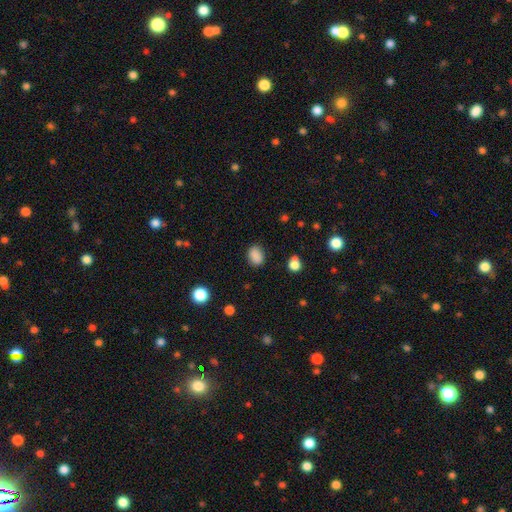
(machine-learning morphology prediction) A smooth galaxy with no disk features (86%) that is in between round and cigar-shaped (73%). Merging: none (83%).